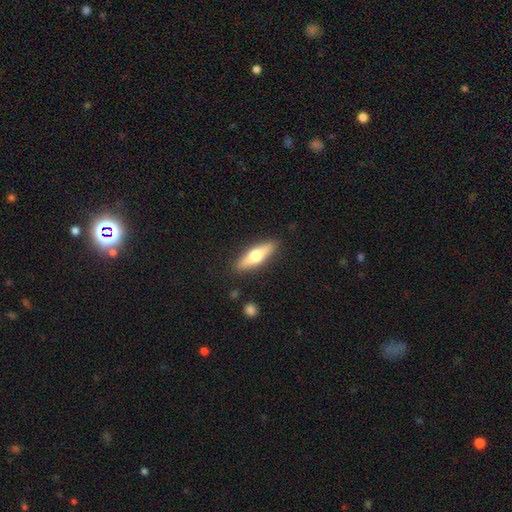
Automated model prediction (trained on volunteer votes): Smooth or featured: smooth — 54% (featured or disk — 41%)
How rounded: cigar-shaped — 60% (in between — 38%)
Merging: none — 88% (minor disturbance — 8%)